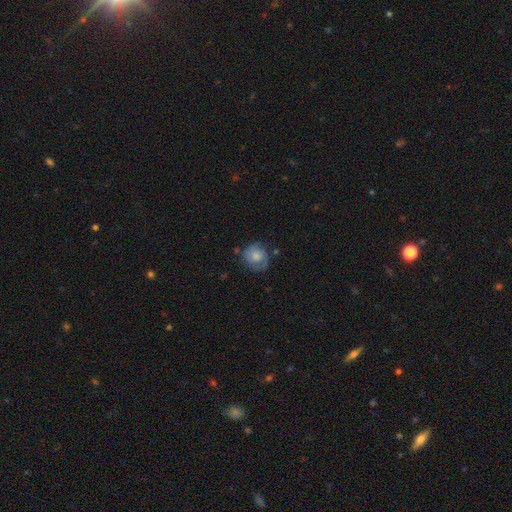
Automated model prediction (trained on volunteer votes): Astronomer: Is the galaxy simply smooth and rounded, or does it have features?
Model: smooth — 63%.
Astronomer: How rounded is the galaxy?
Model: round — 76%.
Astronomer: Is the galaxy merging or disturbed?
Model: none — 62%.